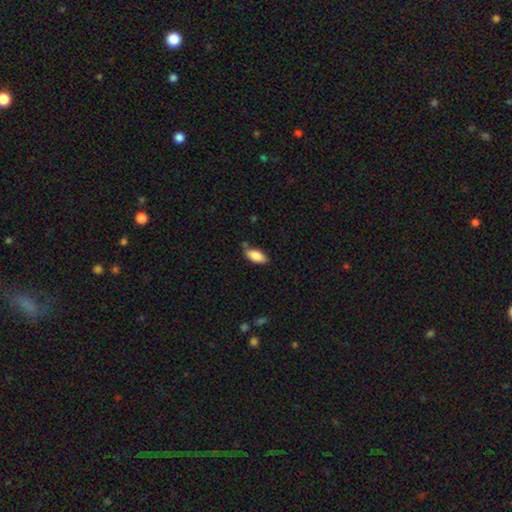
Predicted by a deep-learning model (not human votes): Smooth or featured? Predicted: smooth (p=0.86). How rounded? Predicted: in between (p=0.88). Merging? Predicted: none (p=0.65).